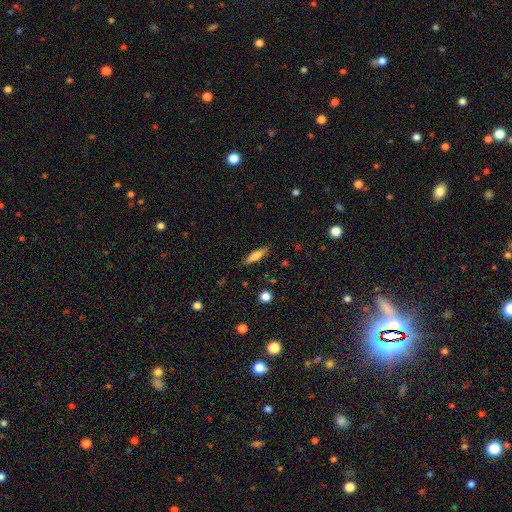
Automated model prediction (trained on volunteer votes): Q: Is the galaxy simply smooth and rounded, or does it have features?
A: smooth — 69%.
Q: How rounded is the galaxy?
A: cigar-shaped — 70%.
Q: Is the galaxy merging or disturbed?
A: none — 86%.